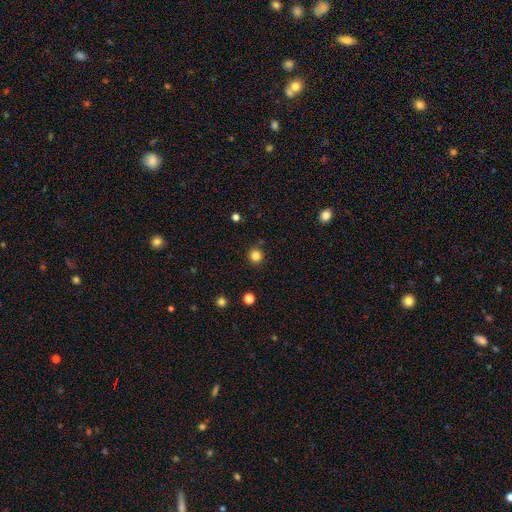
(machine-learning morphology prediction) The model was most divided on "smooth or featured": smooth: 83%, star or artifact: 13%, featured or disk: 4%. More confident: how rounded — round (95%); merging — none (88%).